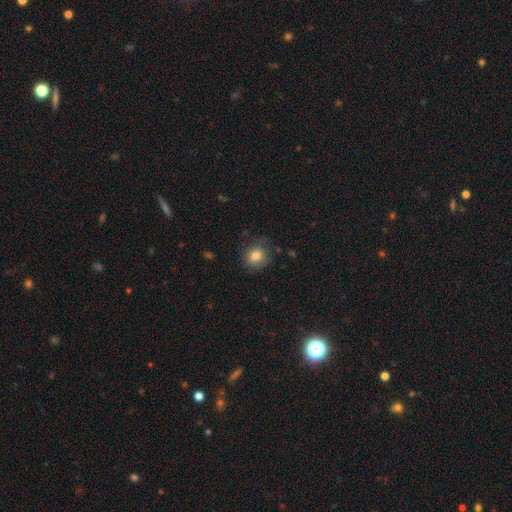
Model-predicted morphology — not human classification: This is clearly a smooth galaxy (82%). How rounded: likely round (78%). Merging: likely none (76%).